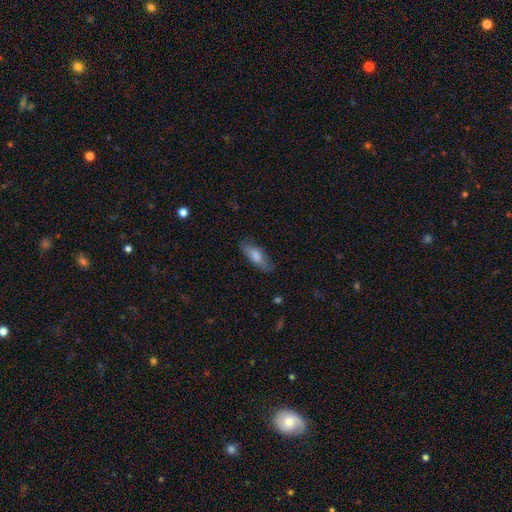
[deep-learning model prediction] Morphology: type=smooth (75%); roundness=in between (69%); merging=none (78%).